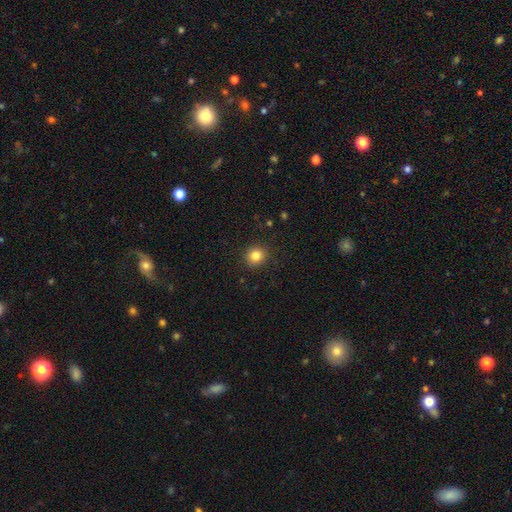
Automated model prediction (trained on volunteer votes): This appears to be a smooth galaxy with no disk features (84%) that is round (87%). Merging: none (90%).